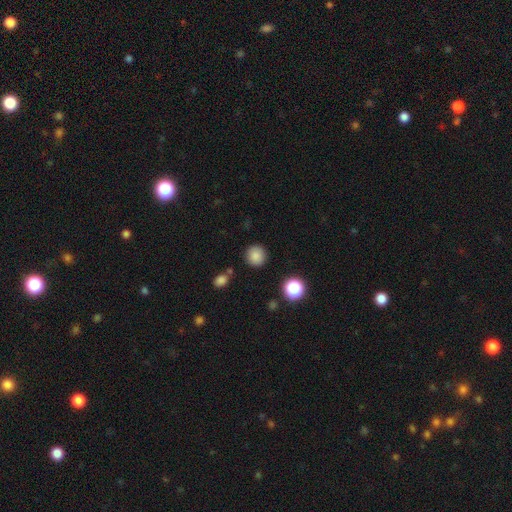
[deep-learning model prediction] This is clearly a smooth galaxy (84%). How rounded: clearly round (92%). Merging: clearly none (88%).